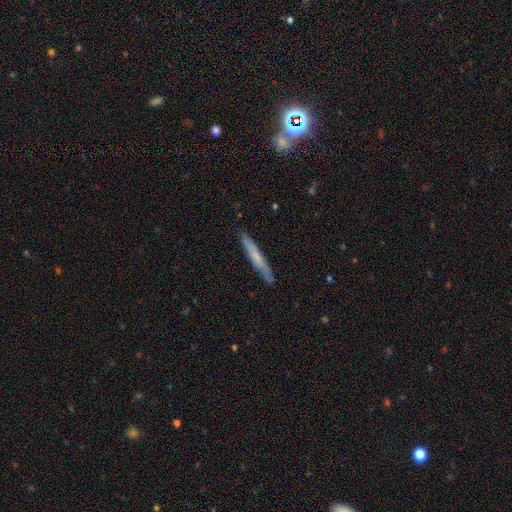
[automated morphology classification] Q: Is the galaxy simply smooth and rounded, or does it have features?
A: smooth — 54%.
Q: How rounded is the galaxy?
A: cigar-shaped — 96%.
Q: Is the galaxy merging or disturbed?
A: none — 87%.